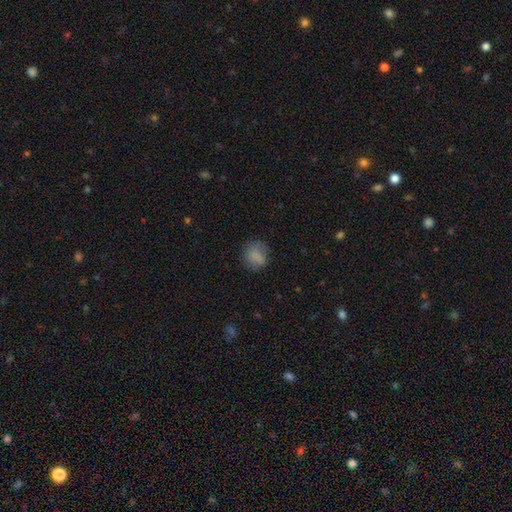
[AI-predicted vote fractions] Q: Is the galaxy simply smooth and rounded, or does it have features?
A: smooth — 80%.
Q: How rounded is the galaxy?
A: round — 71%.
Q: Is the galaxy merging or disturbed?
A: none — 71%.